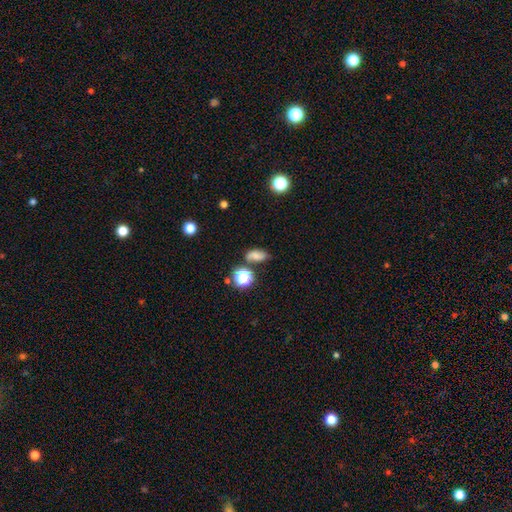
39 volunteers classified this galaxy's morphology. A smooth galaxy with no disk features (74%) that is in between round and cigar-shaped (72%).

Vote fractions:
- Smooth or featured? smooth: 74% / featured or disk: 15% / star or artifact: 10%
- How rounded? in between: 72% / round: 24% / cigar-shaped: 3%
- Merging? none: 57% / minor disturbance: 37% / major disturbance: 3% / merger: 3%